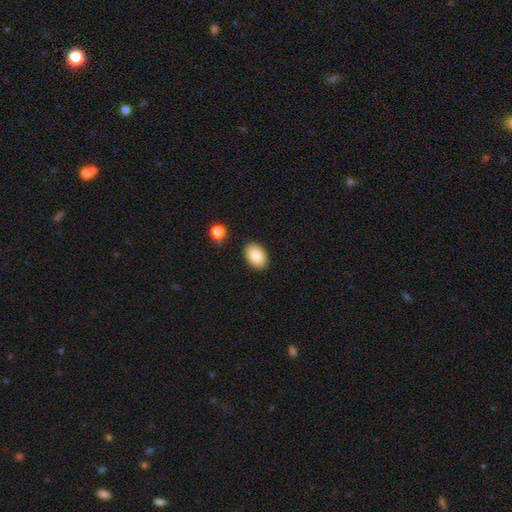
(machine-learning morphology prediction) The model was most divided on "smooth or featured": smooth: 85%, featured or disk: 8%, star or artifact: 7%. More confident: how rounded — in between (88%); merging — none (87%).